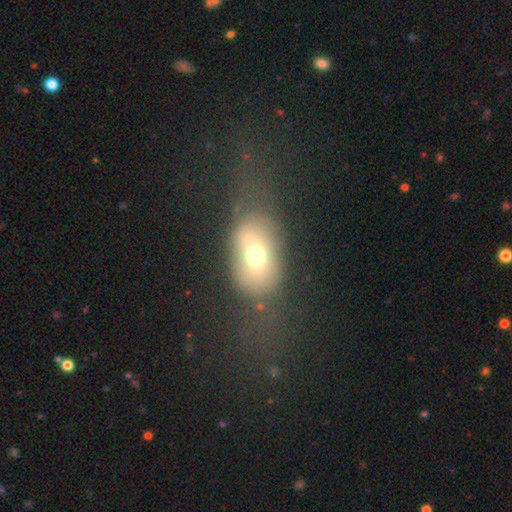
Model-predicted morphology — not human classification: smooth-or-featured: smooth: 63% | featured or disk: 25% | star or artifact: 12%
  how-rounded: in between: 74% | round: 24% | cigar-shaped: 2%
  merging: none: 44% | major disturbance: 32% | minor disturbance: 20% | merger: 5%